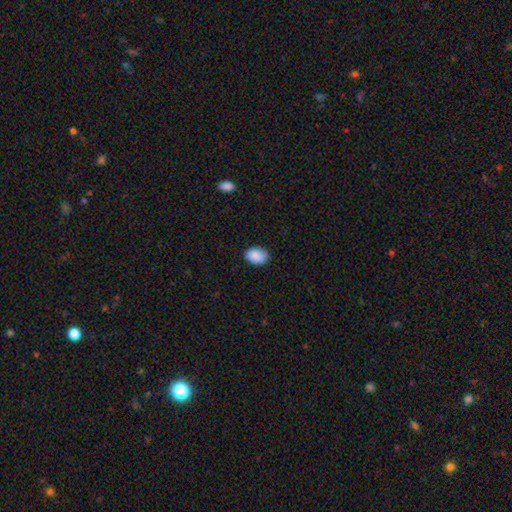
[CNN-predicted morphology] The model was most divided on "how rounded": in between: 79%, round: 20%, cigar-shaped: 1%. More confident: smooth or featured — smooth (88%); merging — none (79%).